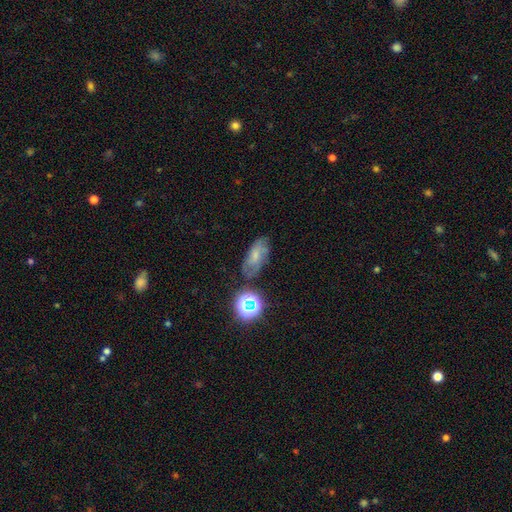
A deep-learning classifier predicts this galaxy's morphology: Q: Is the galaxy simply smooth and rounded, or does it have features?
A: smooth — 43%.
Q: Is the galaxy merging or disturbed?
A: none — 65%.